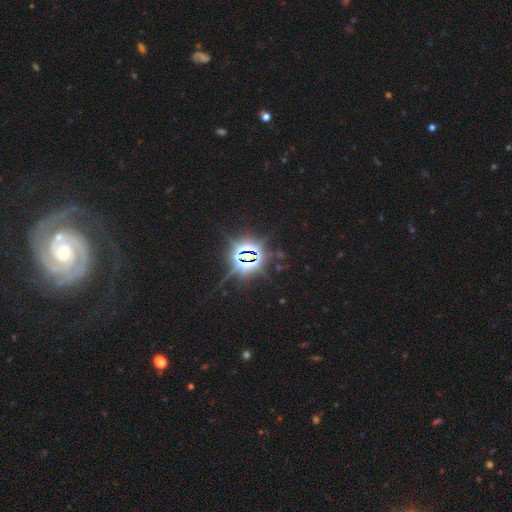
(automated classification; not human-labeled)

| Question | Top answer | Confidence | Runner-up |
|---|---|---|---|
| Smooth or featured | star or artifact | 76% | featured or disk (13%) |